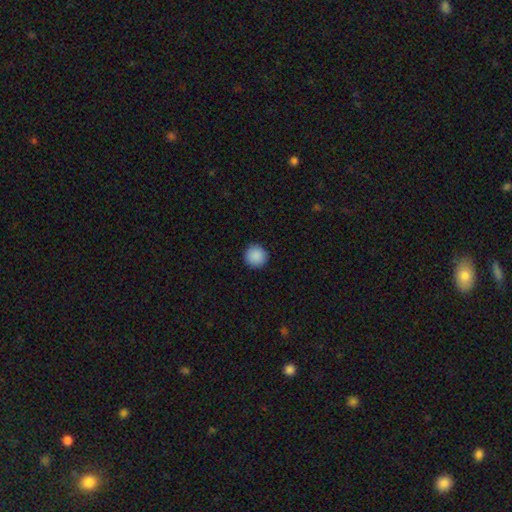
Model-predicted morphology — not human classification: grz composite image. It shows a smooth galaxy with no disk features (90%) that is round (94%). Merging: none (92%).